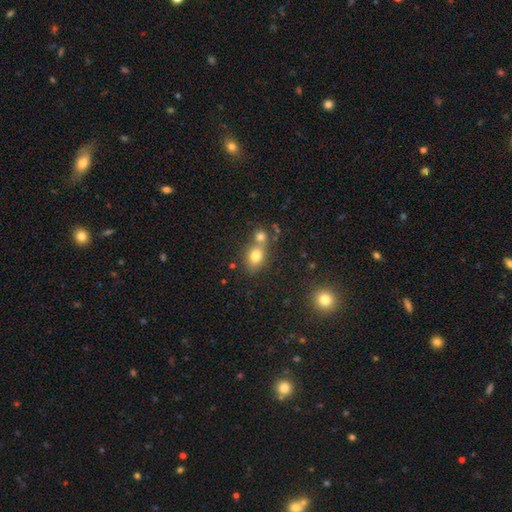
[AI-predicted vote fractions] smooth 76%, featured or disk 12%, star or artifact 12%. Down the decision tree: how rounded — in between (55%); merging — none (43%).